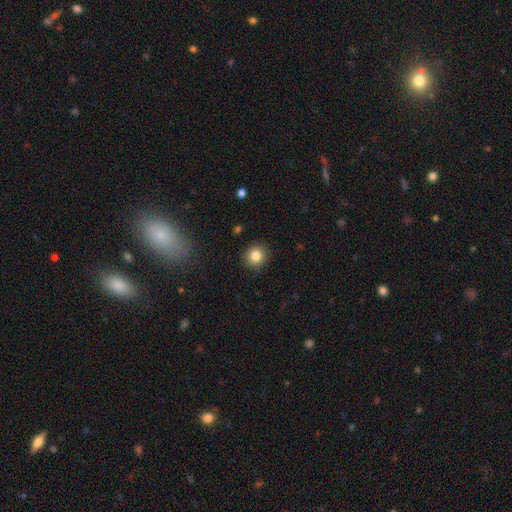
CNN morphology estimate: Overall: smooth (84%). How rounded: round (91%). Merging: none (90%).